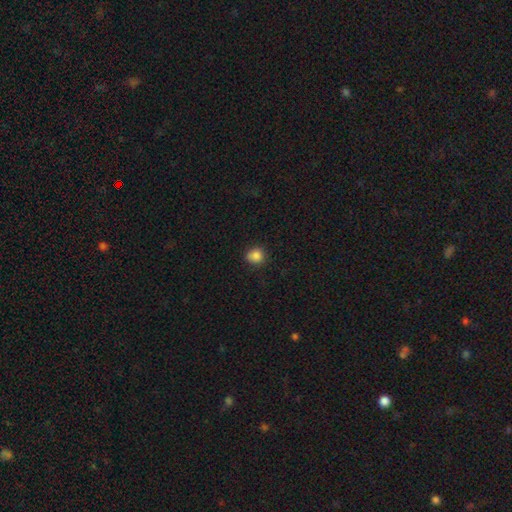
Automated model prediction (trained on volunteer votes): This appears to be a smooth galaxy with no disk features (85%) that is round (84%). Merging: none (85%).